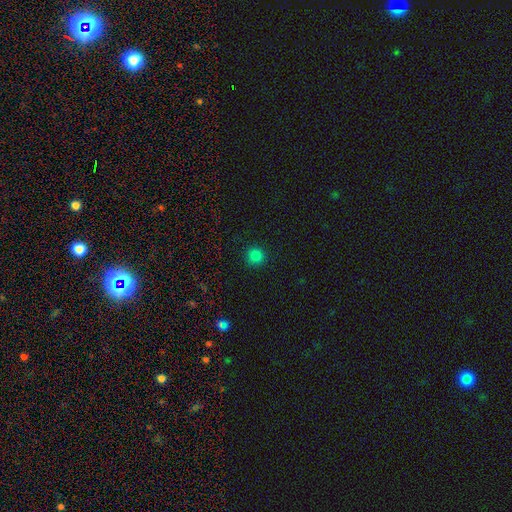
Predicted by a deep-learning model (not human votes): Smooth or featured?
  - smooth: 82% *
  - star or artifact: 14%
  - featured or disk: 4%
How rounded?
  - round: 95% *
  - in between: 4%
  - cigar-shaped: 1%
Merging?
  - none: 92% *
  - minor disturbance: 5%
  - major disturbance: 2%
  - merger: 1%